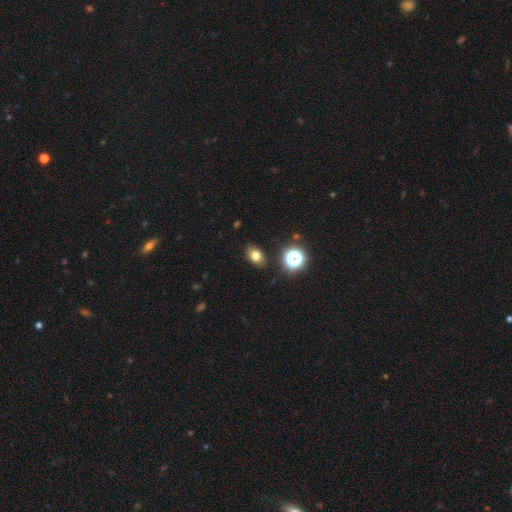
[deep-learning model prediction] The model was most divided on "how rounded": in between: 75%, round: 24%, cigar-shaped: 1%. More confident: merging — none (86%); smooth or featured — smooth (75%).